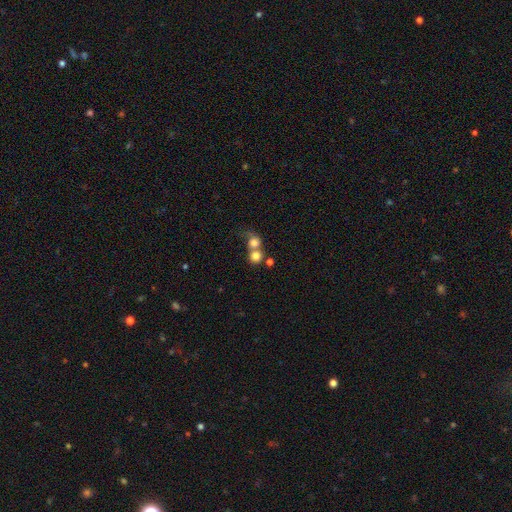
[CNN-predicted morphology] This is likely a smooth galaxy (77%). How rounded: clearly round (83%). Merging: possibly merger (57%).